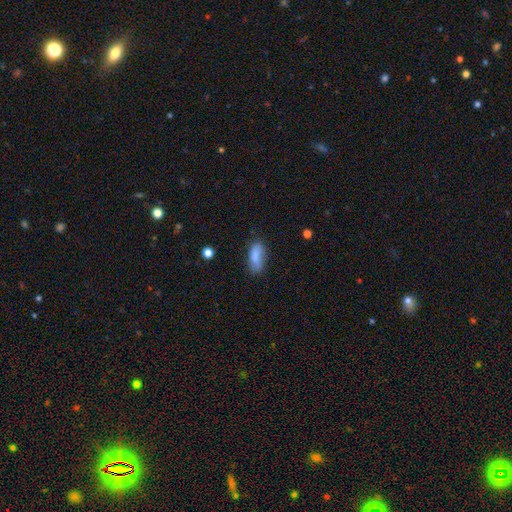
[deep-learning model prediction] Overall: smooth (83%). How rounded: in between (82%). Merging: none (61%; minor disturbance 27%).